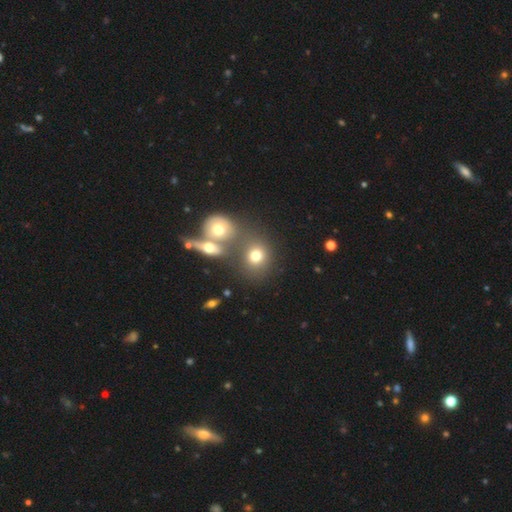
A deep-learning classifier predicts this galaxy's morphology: The model was most divided on "merging": none: 52%, merger: 33%, minor disturbance: 9%, major disturbance: 6%. More confident: how rounded — round (74%); smooth or featured — smooth (72%).